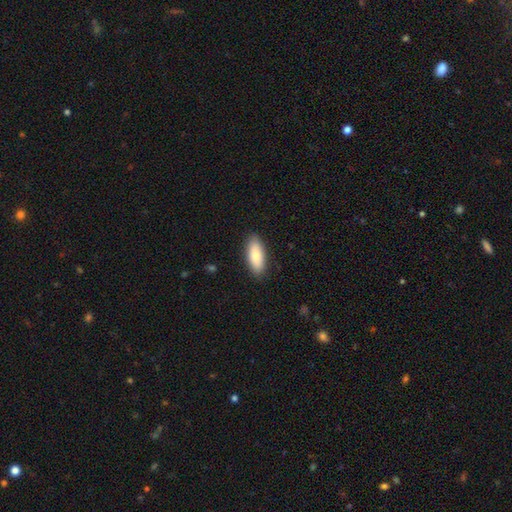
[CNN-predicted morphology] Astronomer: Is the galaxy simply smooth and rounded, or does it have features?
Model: smooth — 84%.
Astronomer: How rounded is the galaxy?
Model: in between — 79%.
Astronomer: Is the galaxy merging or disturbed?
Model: none — 87%.